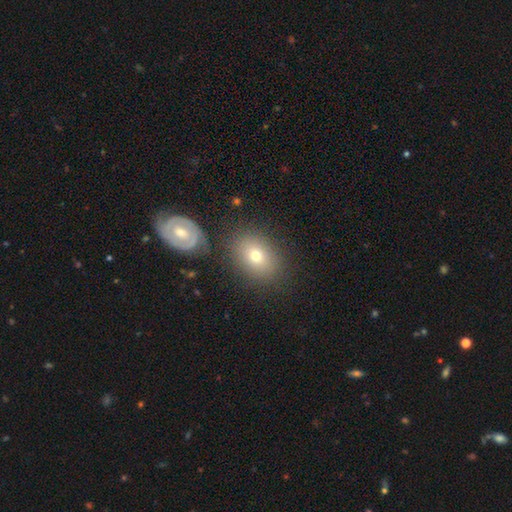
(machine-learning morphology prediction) Q: Smooth or featured?
A: smooth (71%); runner-up: featured or disk (18%)
Q: How rounded?
A: in between (64%); runner-up: round (35%)
Q: Merging?
A: none (78%); runner-up: minor disturbance (12%)